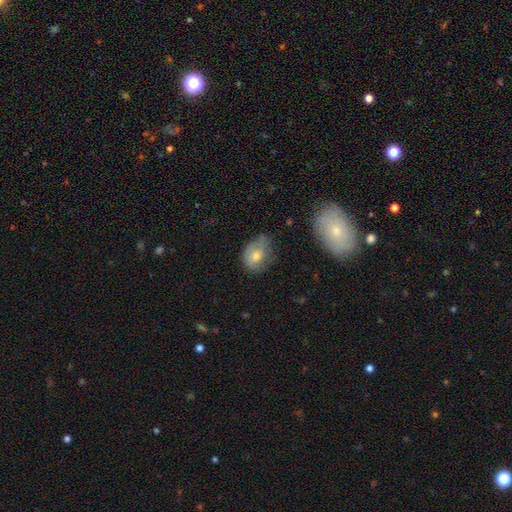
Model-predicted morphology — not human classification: smooth-or-featured: smooth: 60% | featured or disk: 30% | star or artifact: 10%
  how-rounded: in between: 64% | round: 34% | cigar-shaped: 1%
  merging: none: 47% | minor disturbance: 35% | major disturbance: 15% | merger: 3%